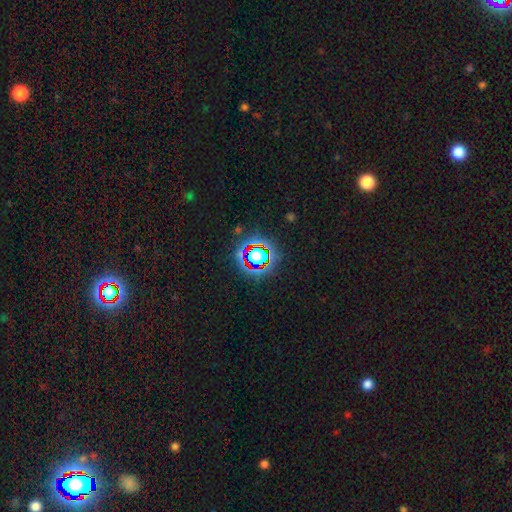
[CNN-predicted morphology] type=star or artifact (65%).